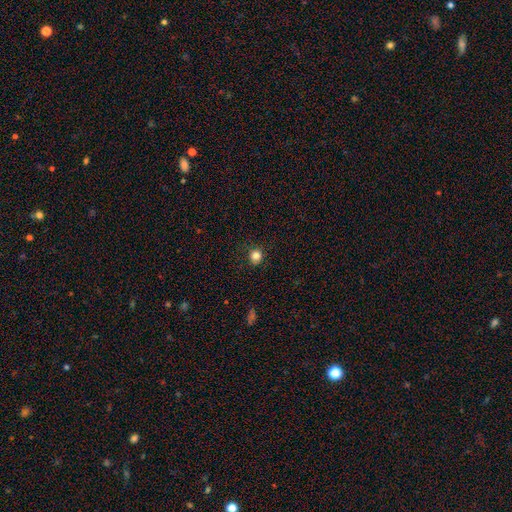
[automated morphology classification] A smooth galaxy with no disk features (82%) that is round (90%).

Vote fractions:
- Smooth or featured? smooth: 82% / star or artifact: 13% / featured or disk: 5%
- How rounded? round: 90% / in between: 9% / cigar-shaped: 1%
- Merging? none: 88% / minor disturbance: 8% / major disturbance: 2% / merger: 1%